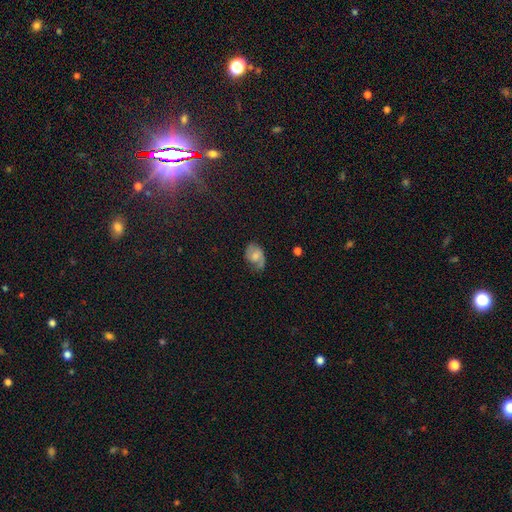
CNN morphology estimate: A featured or disk galaxy (52%) with no bar (56%), spiral arms (86%) and a moderate central bulge (46%).

Vote fractions:
- Smooth or featured? featured or disk: 52% / smooth: 39% / star or artifact: 9%
- Edge-on disk? no: 97% / yes: 3%
- Bar? no: 56% / weak: 37% / strong: 7%
- Spiral arms? yes: 86% / no: 14%
- Bulge size? moderate: 46% / small: 34% / none: 12% / large: 7% / dominant: 2%
- Merging? none: 59% / minor disturbance: 28% / major disturbance: 11% / merger: 2%